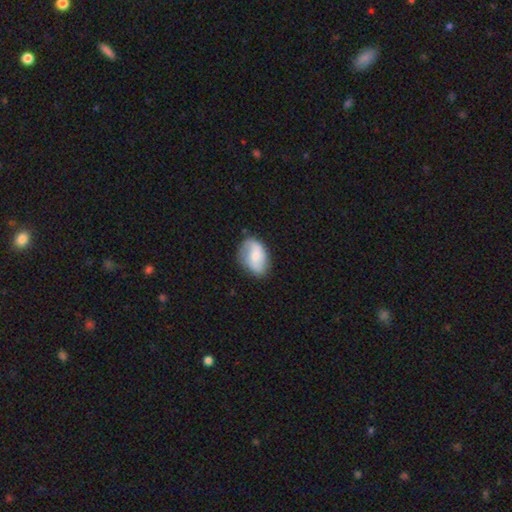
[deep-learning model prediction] A smooth galaxy with no disk features (48%).

Vote fractions:
- Smooth or featured? smooth: 48% / featured or disk: 45% / star or artifact: 7%
- Merging? none: 65% / minor disturbance: 25% / major disturbance: 7% / merger: 2%